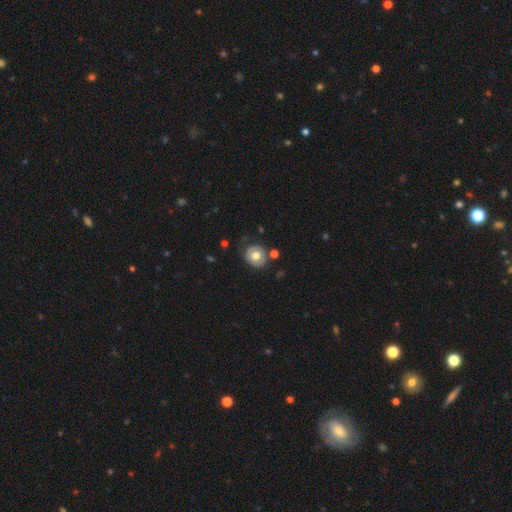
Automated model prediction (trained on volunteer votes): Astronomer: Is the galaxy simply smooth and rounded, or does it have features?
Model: smooth — 61%.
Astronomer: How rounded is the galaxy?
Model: round — 77%.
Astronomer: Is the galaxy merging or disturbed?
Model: none — 70%.